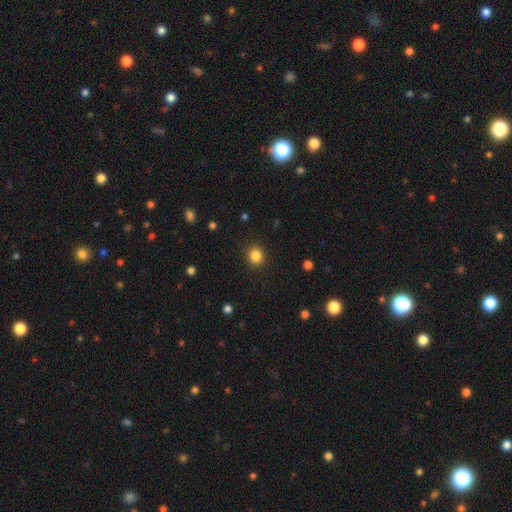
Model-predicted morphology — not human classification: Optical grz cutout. It shows a smooth galaxy with no disk features (85%) that is round (85%). Merging: none (90%).